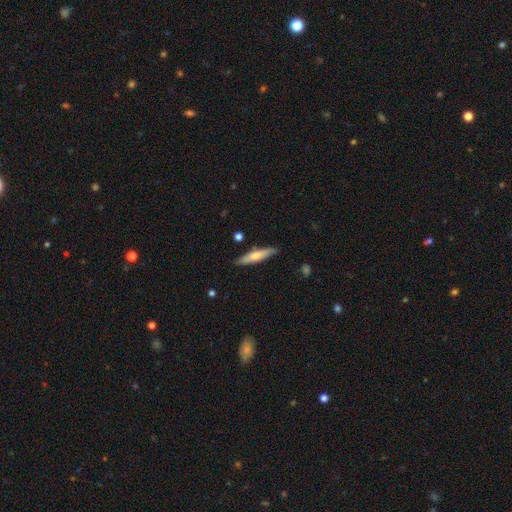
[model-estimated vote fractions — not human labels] Q: Smooth or featured?
A: smooth (59%); runner-up: featured or disk (36%)
Q: How rounded?
A: cigar-shaped (82%); runner-up: in between (16%)
Q: Merging?
A: none (84%); runner-up: minor disturbance (12%)